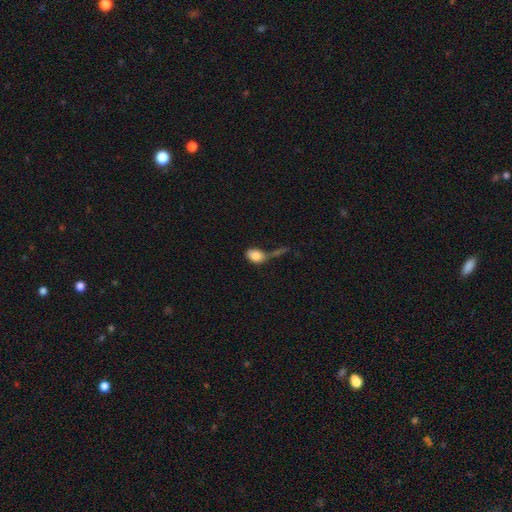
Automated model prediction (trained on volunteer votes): A smooth galaxy with no disk features (81%) that is in between round and cigar-shaped (78%).

Vote fractions:
- Smooth or featured? smooth: 81% / featured or disk: 11% / star or artifact: 8%
- How rounded? in between: 78% / round: 20% / cigar-shaped: 2%
- Merging? merger: 29% / none: 27% / major disturbance: 26% / minor disturbance: 18%